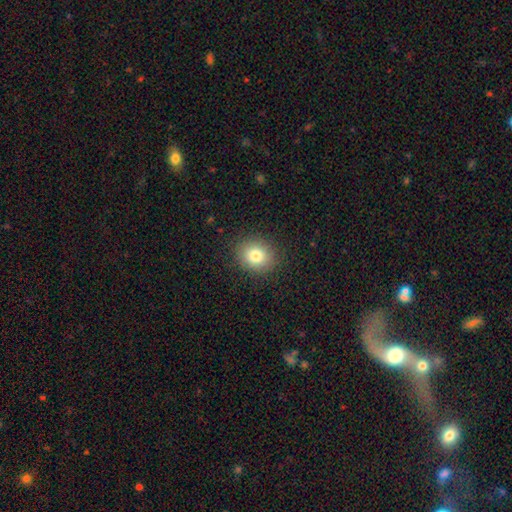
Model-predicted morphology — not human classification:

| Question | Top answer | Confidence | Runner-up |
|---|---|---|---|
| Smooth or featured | smooth | 81% | star or artifact (11%) |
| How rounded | round | 70% | in between (29%) |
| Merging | none | 88% | minor disturbance (8%) |